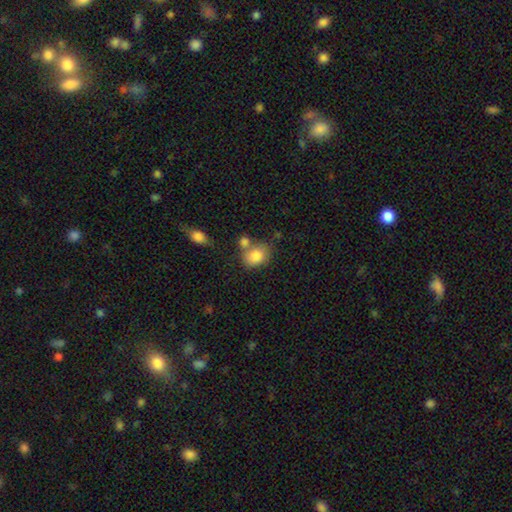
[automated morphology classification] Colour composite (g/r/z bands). It shows a smooth galaxy with no disk features (82%) that is in between round and cigar-shaped (60%). Merging: none (51%).